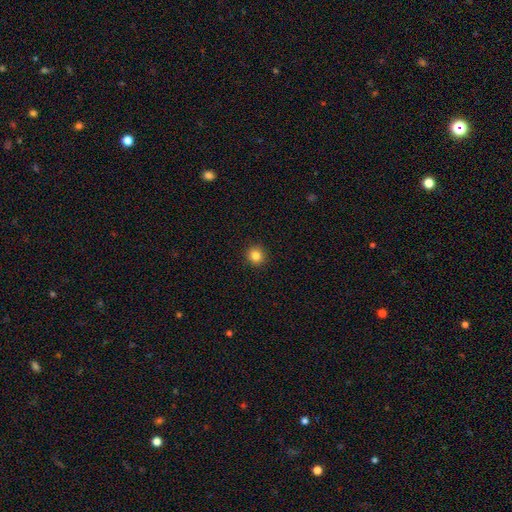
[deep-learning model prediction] smooth 84%, star or artifact 11%, featured or disk 5%. Down the decision tree: how rounded — round (94%); merging — none (93%).